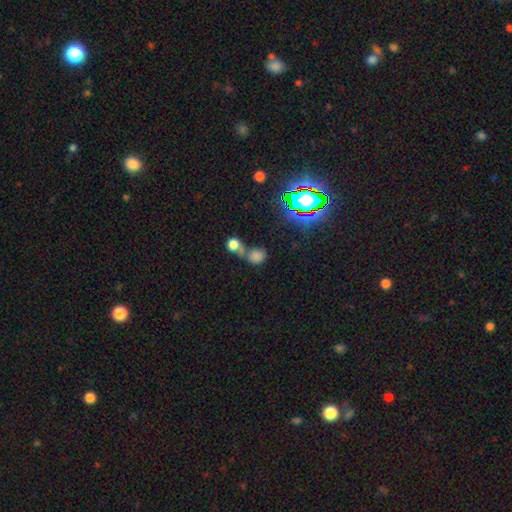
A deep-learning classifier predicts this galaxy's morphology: smooth-or-featured: smooth: 68% | star or artifact: 22% | featured or disk: 10%
  how-rounded: round: 67% | in between: 31% | cigar-shaped: 2%
  merging: merger: 52% | none: 33% | minor disturbance: 9% | major disturbance: 6%